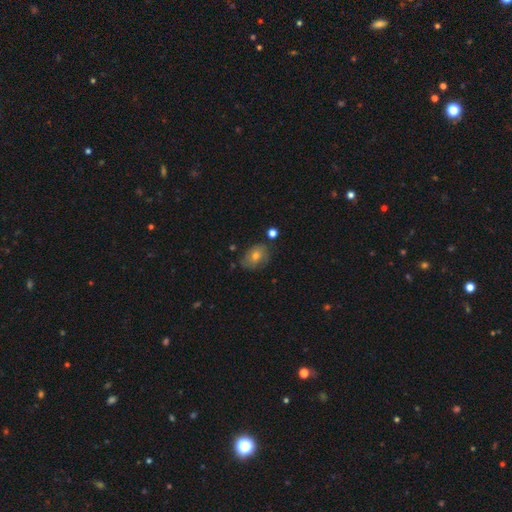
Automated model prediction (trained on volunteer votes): Q: Smooth or featured?
A: smooth (57%); runner-up: featured or disk (30%)
Q: How rounded?
A: in between (68%); runner-up: round (31%)
Q: Merging?
A: none (70%); runner-up: minor disturbance (21%)